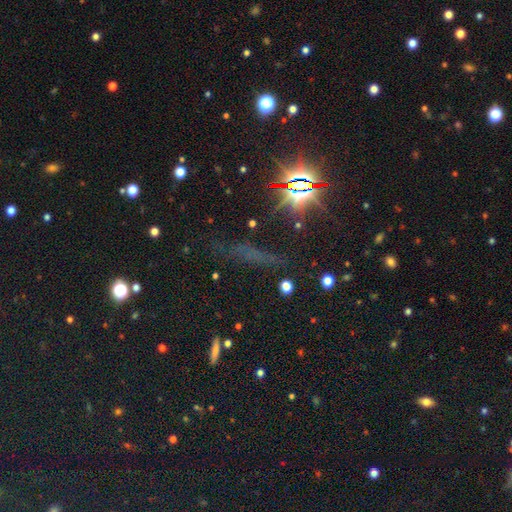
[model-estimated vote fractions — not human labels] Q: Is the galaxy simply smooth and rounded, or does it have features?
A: star or artifact — 77%.